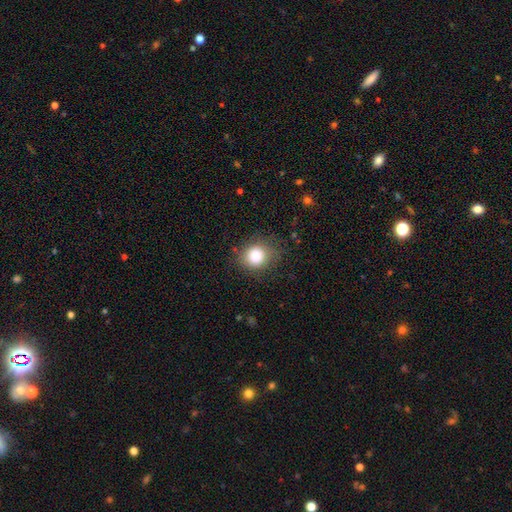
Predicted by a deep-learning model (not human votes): smooth 81%, star or artifact 11%, featured or disk 8%. Down the decision tree: how rounded — round (76%); merging — none (80%).